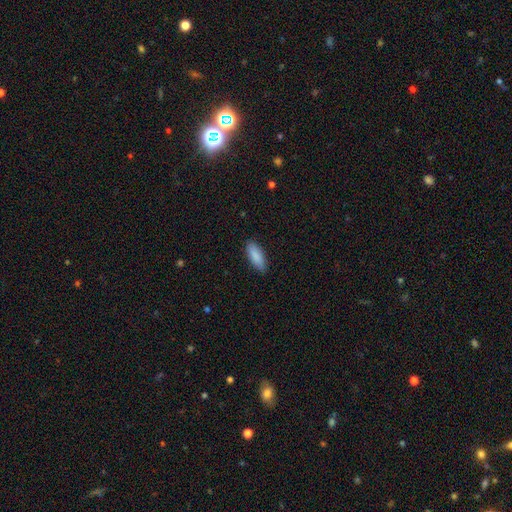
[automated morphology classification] Overall: smooth (88%). How rounded: in between (70%). Merging: none (86%).